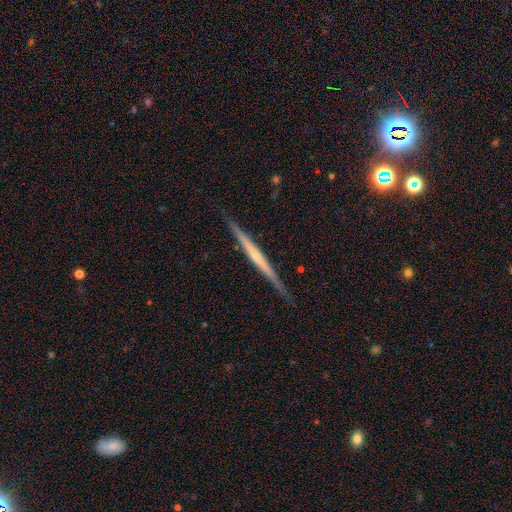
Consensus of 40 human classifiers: Q: Smooth or featured?
A: featured or disk (65%); runner-up: smooth (28%)
Q: Edge-on disk?
A: yes (96%); runner-up: no (4%)
Q: Edge-on bulge?
A: none (84%); runner-up: boxy (8%)
Q: Merging?
A: none (100%)